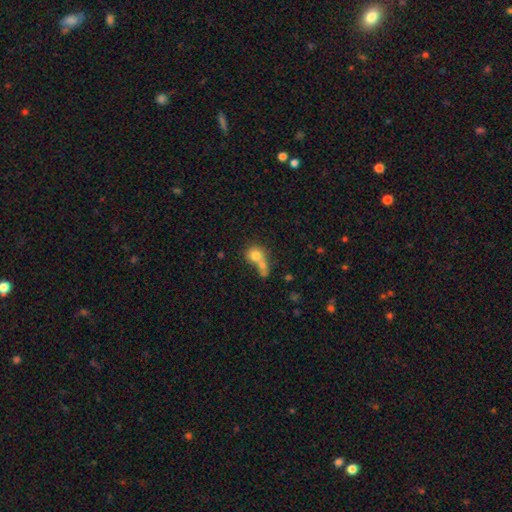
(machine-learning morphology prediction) smooth 73%, featured or disk 16%, star or artifact 10%. Down the decision tree: how rounded — round (74%); merging — merger (62%).